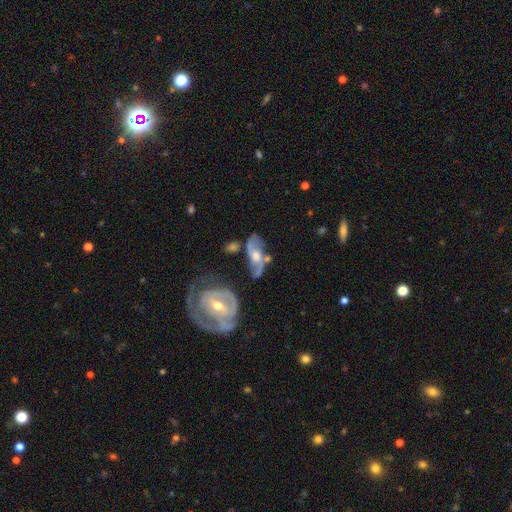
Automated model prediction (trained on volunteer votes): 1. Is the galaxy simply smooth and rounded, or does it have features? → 70% featured or disk, 23% smooth, 7% star or artifact.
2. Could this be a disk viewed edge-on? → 89% no, 11% yes.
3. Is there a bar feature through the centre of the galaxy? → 59% no, 32% weak, 9% strong.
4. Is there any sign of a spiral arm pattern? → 80% yes, 20% no.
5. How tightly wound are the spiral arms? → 45% loose, 38% medium, 17% tight.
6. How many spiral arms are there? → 77% 2, 13% can't tell, 4% 1, 3% 3, 1% 4, 1% more than 4.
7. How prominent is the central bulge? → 64% moderate, 18% small, 13% large, 4% none, 1% dominant.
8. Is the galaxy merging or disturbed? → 46% none, 22% minor disturbance, 17% merger, 15% major disturbance.